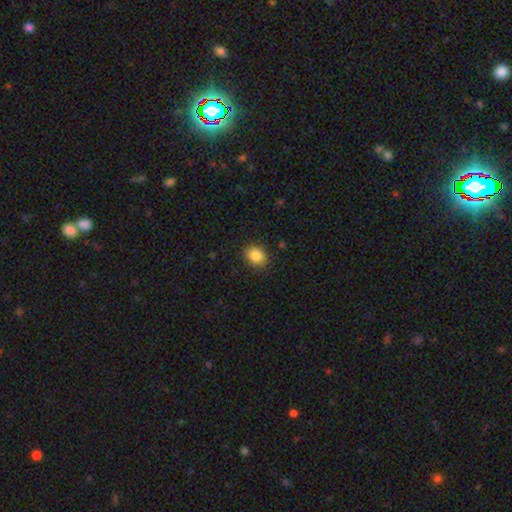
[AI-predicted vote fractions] smooth_or_featured: smooth (p=0.86) [alt: star or artifact p=0.09]
how_rounded: round (p=0.54) [alt: in between p=0.45]
merging: none (p=0.88) [alt: minor disturbance p=0.09]